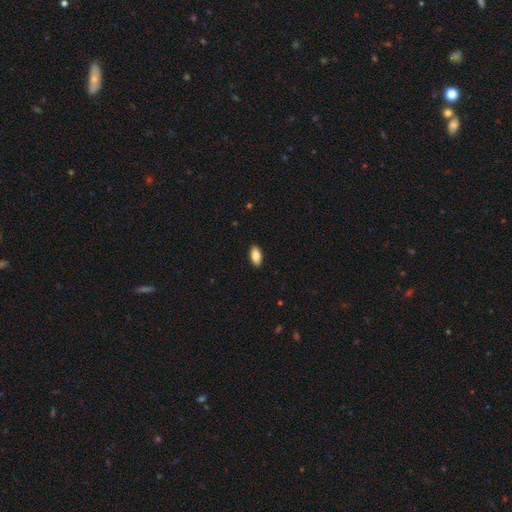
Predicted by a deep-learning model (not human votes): smooth 84%, featured or disk 9%, star or artifact 7%. Down the decision tree: how rounded — in between (93%); merging — none (90%).